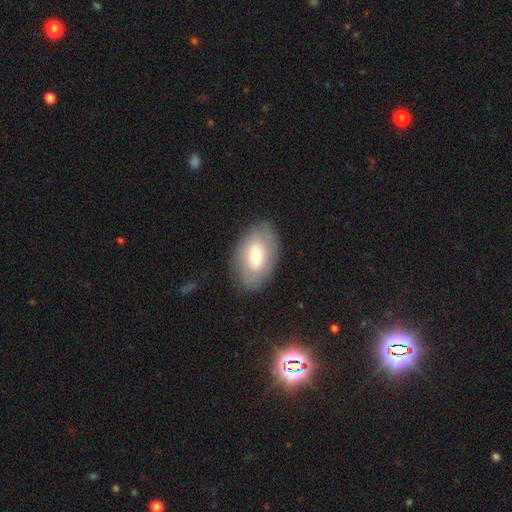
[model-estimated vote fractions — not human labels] Q: Smooth or featured?
A: smooth (60%); runner-up: featured or disk (32%)
Q: How rounded?
A: in between (91%); runner-up: round (7%)
Q: Merging?
A: none (82%); runner-up: minor disturbance (12%)